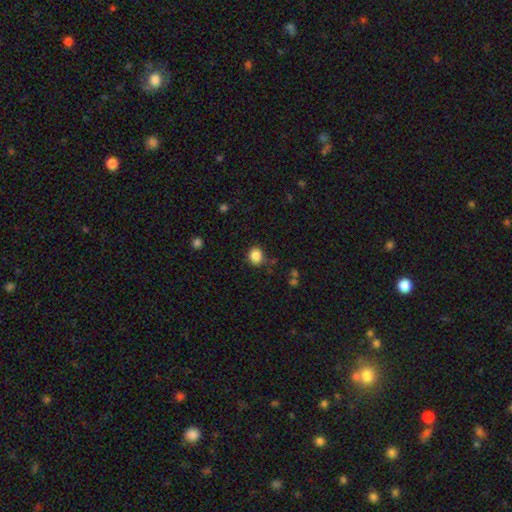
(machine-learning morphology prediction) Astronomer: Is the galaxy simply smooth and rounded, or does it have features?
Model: smooth — 86%.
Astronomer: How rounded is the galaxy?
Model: round — 74%.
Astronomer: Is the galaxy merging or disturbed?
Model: none — 82%.